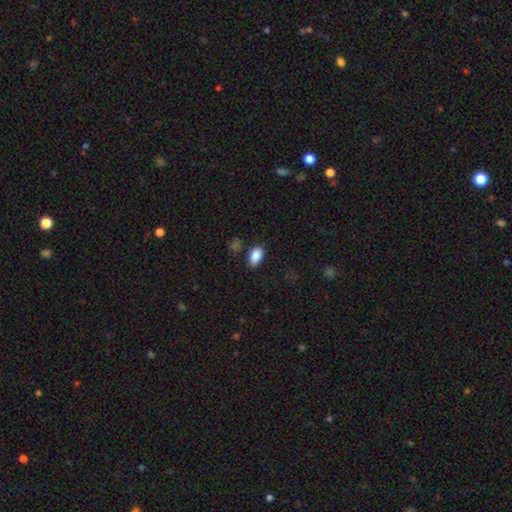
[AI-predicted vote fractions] A smooth galaxy with no disk features (87%) that is in between round and cigar-shaped (92%).

Vote fractions:
- Smooth or featured? smooth: 87% / star or artifact: 8% / featured or disk: 5%
- How rounded? in between: 92% / round: 6% / cigar-shaped: 2%
- Merging? none: 81% / minor disturbance: 13% / merger: 3% / major disturbance: 3%